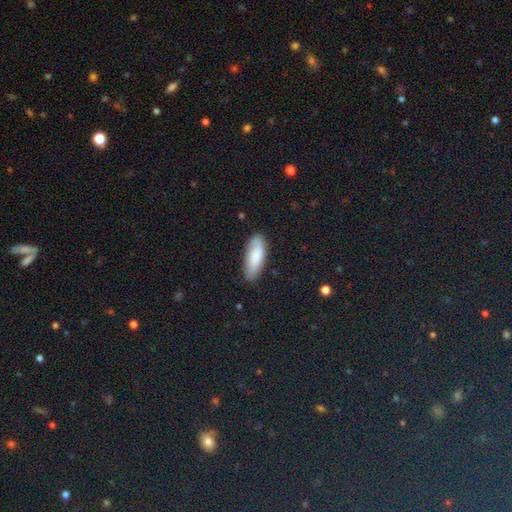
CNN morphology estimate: The model was most divided on "how rounded": in between: 71%, cigar-shaped: 27%, round: 2%. More confident: smooth or featured — smooth (83%); merging — none (81%).